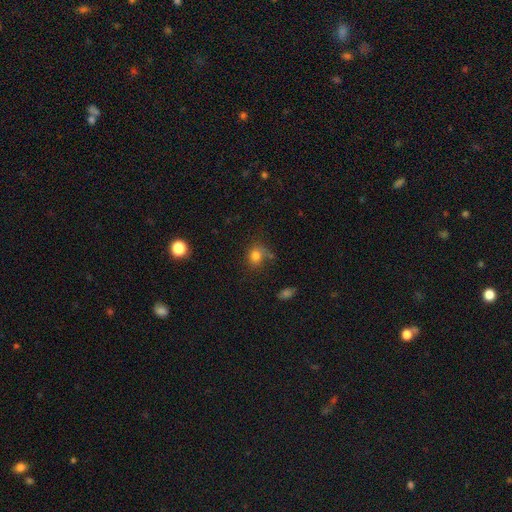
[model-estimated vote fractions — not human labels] This appears to be a smooth galaxy with no disk features (79%) that is round (70%). Merging: none (64%).